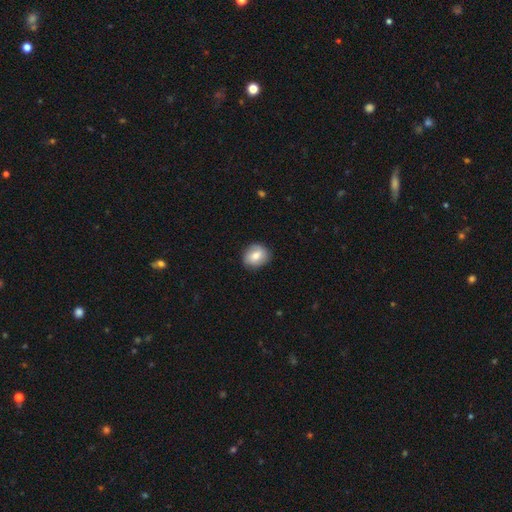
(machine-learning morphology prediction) A smooth galaxy with no disk features (74%) that is round (66%).

Vote fractions:
- Smooth or featured? smooth: 74% / featured or disk: 18% / star or artifact: 8%
- How rounded? round: 66% / in between: 33% / cigar-shaped: 1%
- Merging? none: 83% / minor disturbance: 13% / major disturbance: 3% / merger: 1%